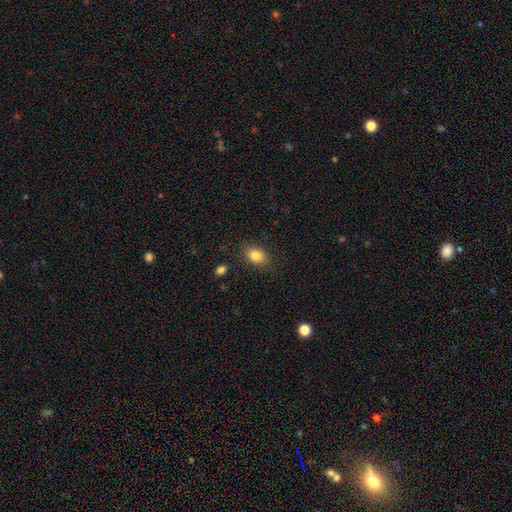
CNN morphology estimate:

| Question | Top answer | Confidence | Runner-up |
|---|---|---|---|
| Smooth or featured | smooth | 84% | star or artifact (9%) |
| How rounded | in between | 76% | round (22%) |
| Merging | none | 84% | minor disturbance (11%) |